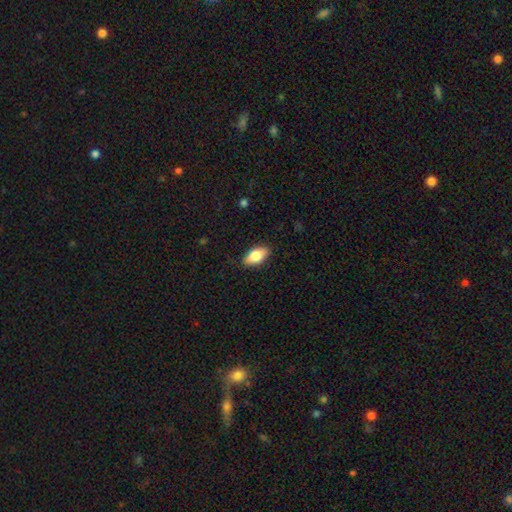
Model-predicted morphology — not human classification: type=smooth (80%); roundness=in between (90%); merging=none (85%).